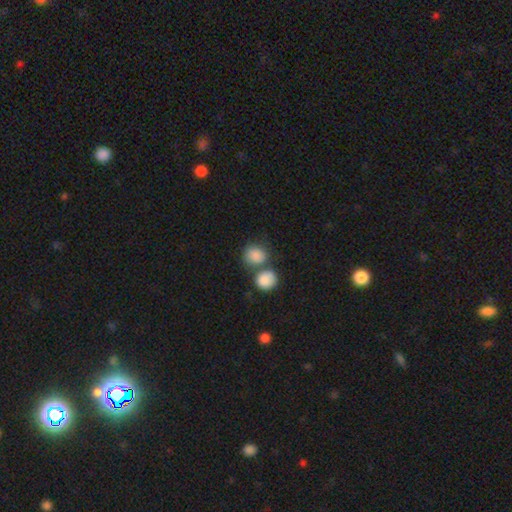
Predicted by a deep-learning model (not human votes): Smooth or featured? smooth (86%)
How rounded? round (69%)
Merging? merger (43%)